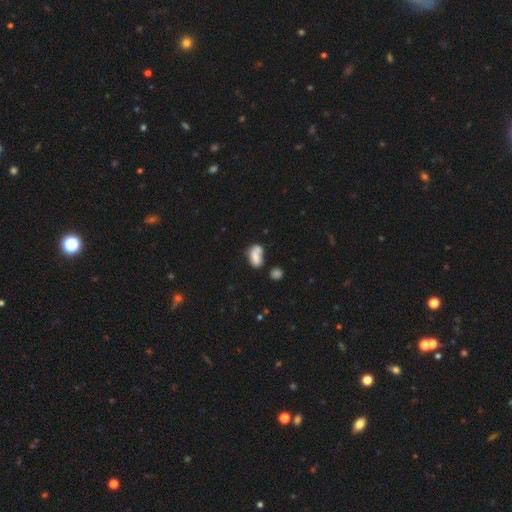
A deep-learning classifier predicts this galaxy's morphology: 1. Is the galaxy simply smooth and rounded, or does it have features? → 72% smooth, 18% featured or disk, 10% star or artifact.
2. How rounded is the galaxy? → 86% in between, 9% round, 5% cigar-shaped.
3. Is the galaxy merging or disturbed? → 40% merger, 29% none, 18% minor disturbance, 13% major disturbance.